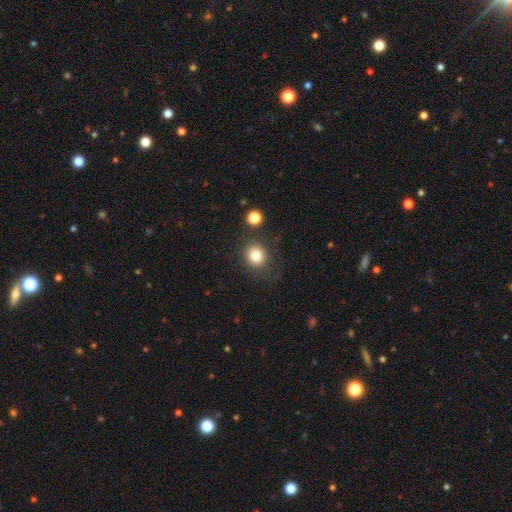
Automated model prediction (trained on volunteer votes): smooth_or_featured: smooth (p=0.82) [alt: star or artifact p=0.12]
how_rounded: round (p=0.87) [alt: in between p=0.12]
merging: none (p=0.81) [alt: minor disturbance p=0.10]